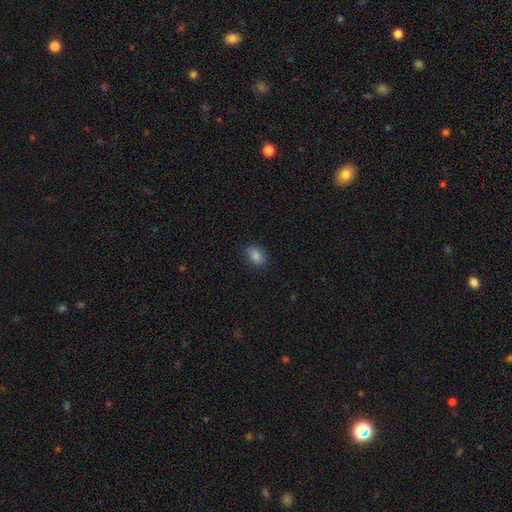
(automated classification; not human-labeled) This appears to be a smooth galaxy with no disk features (84%) that is in between round and cigar-shaped (65%). Merging: none (84%).